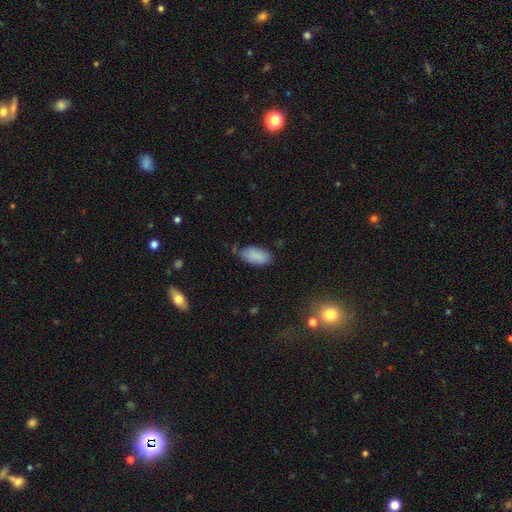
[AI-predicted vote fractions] Smooth or featured? smooth (88%)
How rounded? in between (93%)
Merging? none (72%)